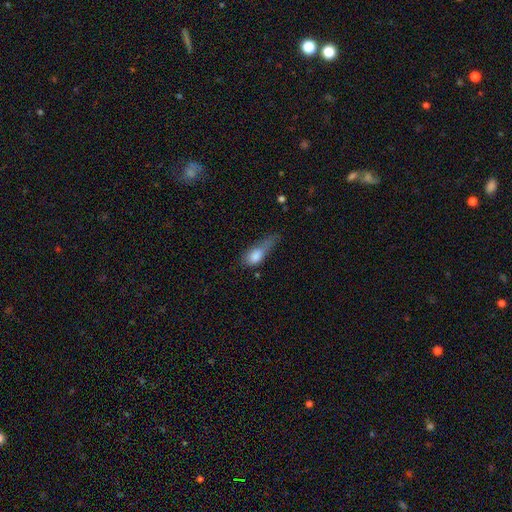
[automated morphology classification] A smooth galaxy with no disk features (76%) that is in between round and cigar-shaped (75%).

Vote fractions:
- Smooth or featured? smooth: 76% / featured or disk: 15% / star or artifact: 9%
- How rounded? in between: 75% / cigar-shaped: 16% / round: 9%
- Merging? major disturbance: 41% / minor disturbance: 33% / none: 19% / merger: 7%